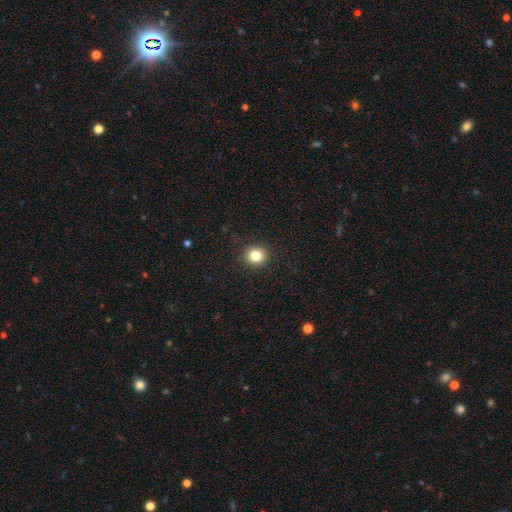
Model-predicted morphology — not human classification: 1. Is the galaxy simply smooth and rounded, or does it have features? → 83% smooth, 12% star or artifact, 6% featured or disk.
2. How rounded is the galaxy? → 88% round, 12% in between, 1% cigar-shaped.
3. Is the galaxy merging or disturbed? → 91% none, 6% minor disturbance, 2% major disturbance, 1% merger.